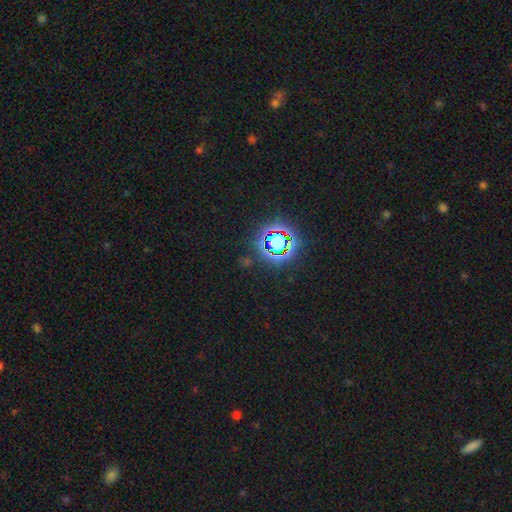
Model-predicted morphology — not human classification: Smooth or featured: star or artifact — 81% (smooth — 13%)